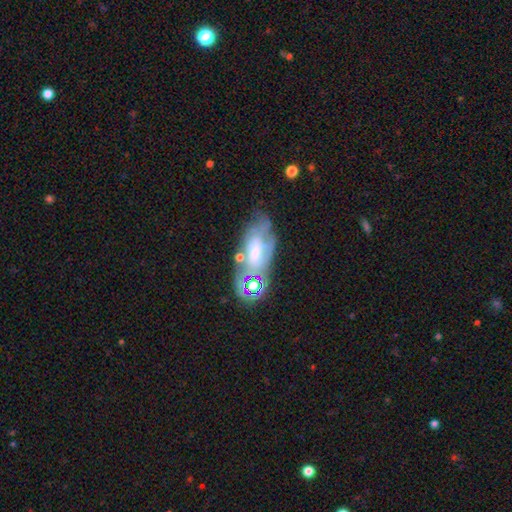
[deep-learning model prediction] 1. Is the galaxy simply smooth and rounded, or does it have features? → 55% featured or disk, 27% smooth, 18% star or artifact.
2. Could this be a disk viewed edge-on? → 84% no, 16% yes.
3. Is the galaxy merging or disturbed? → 58% none, 21% minor disturbance, 12% major disturbance, 10% merger.